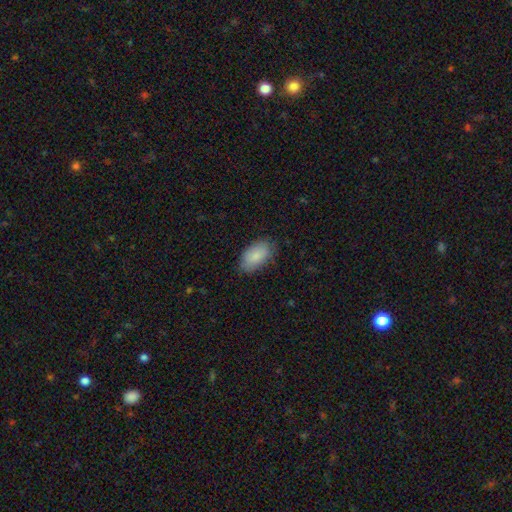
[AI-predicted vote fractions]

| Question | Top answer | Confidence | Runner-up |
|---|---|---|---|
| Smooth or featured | smooth | 86% | featured or disk (8%) |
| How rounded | in between | 94% | round (4%) |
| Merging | none | 79% | minor disturbance (17%) |